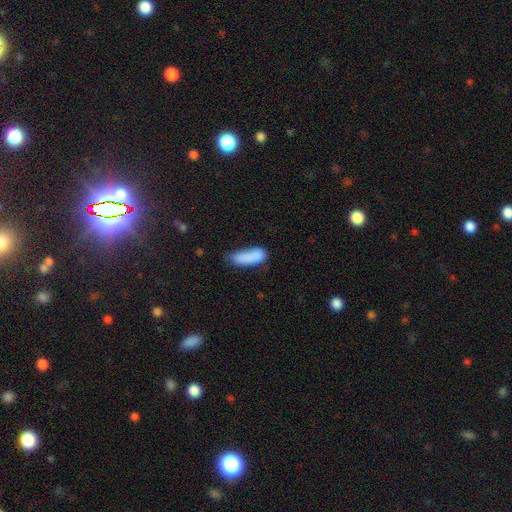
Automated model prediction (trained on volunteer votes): Smooth or featured? smooth (84%)
How rounded? in between (64%)
Merging? none (41%)